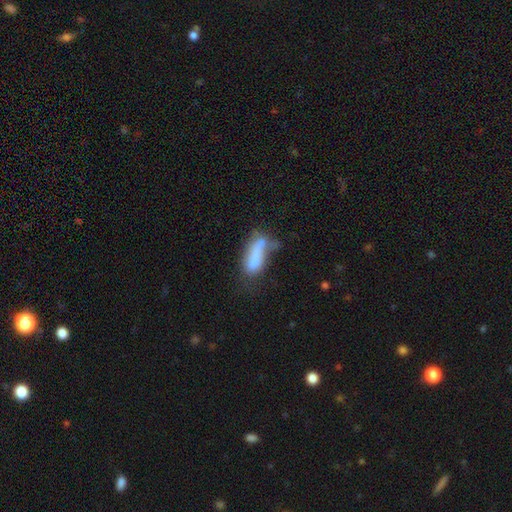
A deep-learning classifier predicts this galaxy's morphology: Q: Smooth or featured?
A: smooth (66%); runner-up: featured or disk (24%)
Q: How rounded?
A: in between (67%); runner-up: cigar-shaped (30%)
Q: Merging?
A: merger (30%); runner-up: none (24%)